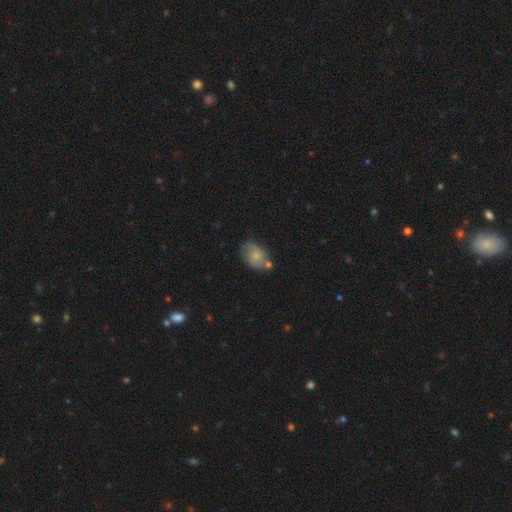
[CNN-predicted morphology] Smooth or featured? Predicted: smooth (p=0.53). How rounded? Predicted: in between (p=0.80). Merging? Predicted: none (p=0.58).